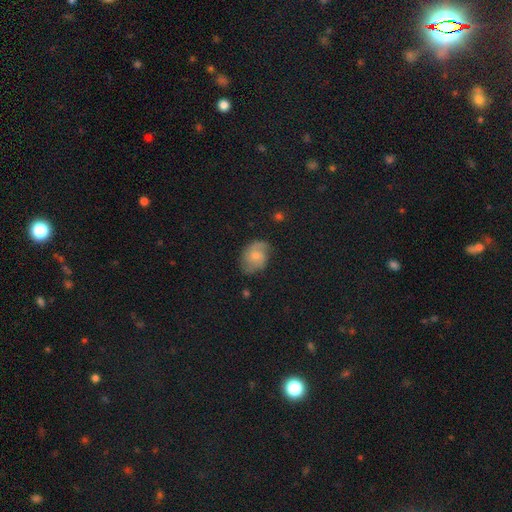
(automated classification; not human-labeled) Smooth or featured? Predicted: featured or disk (p=0.48). Merging? Predicted: none (p=0.65).